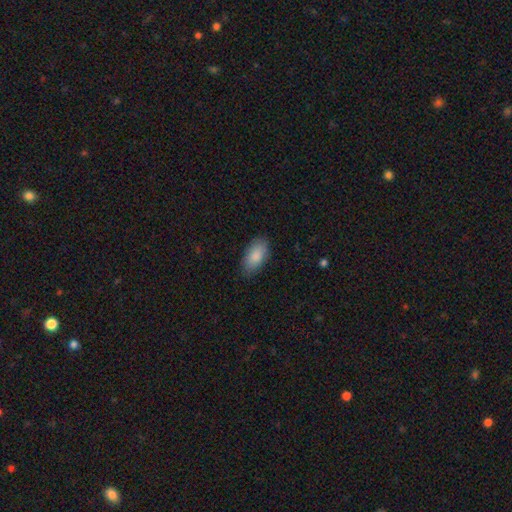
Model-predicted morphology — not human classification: Q: Smooth or featured?
A: smooth (87%); runner-up: featured or disk (7%)
Q: How rounded?
A: in between (94%); runner-up: cigar-shaped (4%)
Q: Merging?
A: none (83%); runner-up: minor disturbance (13%)